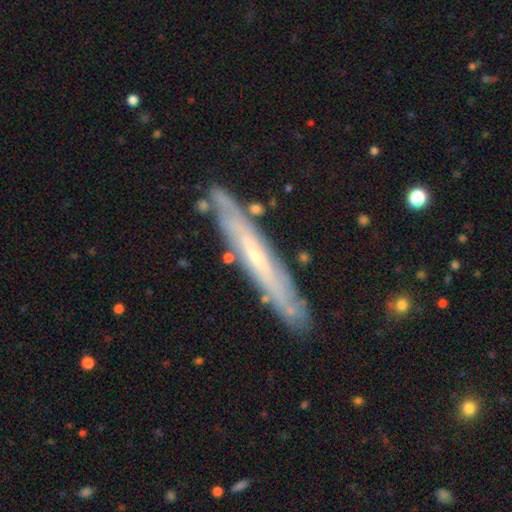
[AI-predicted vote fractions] Smooth or featured? Predicted: featured or disk (p=0.70). Edge-on disk? Predicted: yes (p=0.77). Edge-on bulge? Predicted: none (p=0.63). Merging? Predicted: none (p=0.85).